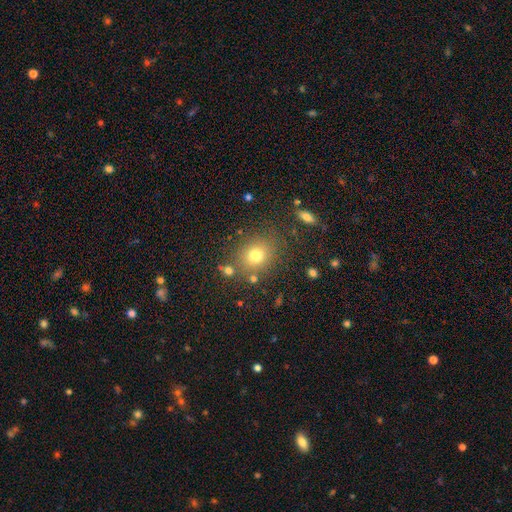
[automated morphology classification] Overall: smooth (74%). How rounded: round (67%; in between 32%). Merging: none (79%).